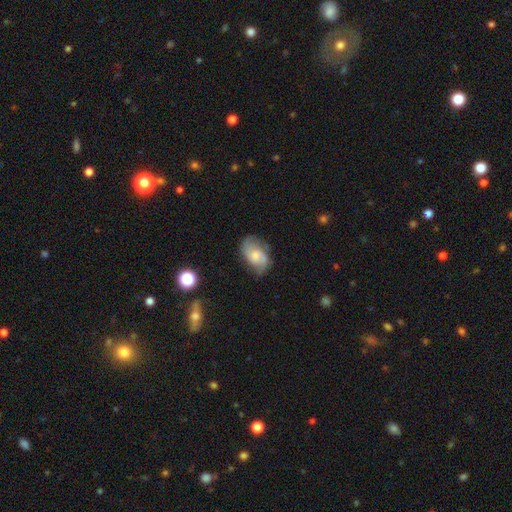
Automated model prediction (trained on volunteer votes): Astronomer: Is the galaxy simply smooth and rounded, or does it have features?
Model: featured or disk — 58% (runner-up: smooth, 34%).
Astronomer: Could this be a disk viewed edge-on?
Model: no — 96%.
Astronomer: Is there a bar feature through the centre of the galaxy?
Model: no — 63%.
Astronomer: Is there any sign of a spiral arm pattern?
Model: yes — 88%.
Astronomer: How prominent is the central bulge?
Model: moderate — 44% (runner-up: small, 34%).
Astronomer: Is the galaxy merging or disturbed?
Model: none — 64%.